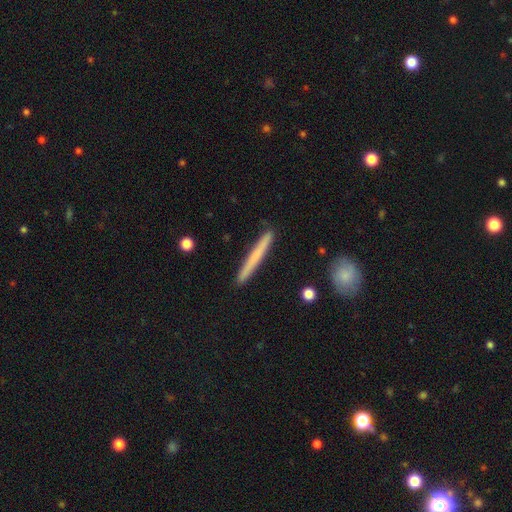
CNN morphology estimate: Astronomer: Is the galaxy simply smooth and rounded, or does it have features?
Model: smooth — 62%.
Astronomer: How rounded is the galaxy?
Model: cigar-shaped — 97%.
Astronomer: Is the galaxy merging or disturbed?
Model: none — 91%.